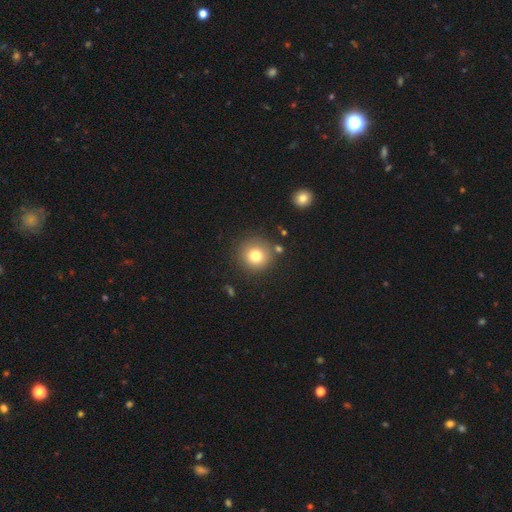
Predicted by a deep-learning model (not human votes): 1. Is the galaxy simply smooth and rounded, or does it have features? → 77% smooth, 13% star or artifact, 10% featured or disk.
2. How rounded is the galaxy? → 94% round, 5% in between, 1% cigar-shaped.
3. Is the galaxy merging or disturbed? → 84% none, 8% minor disturbance, 5% merger, 3% major disturbance.